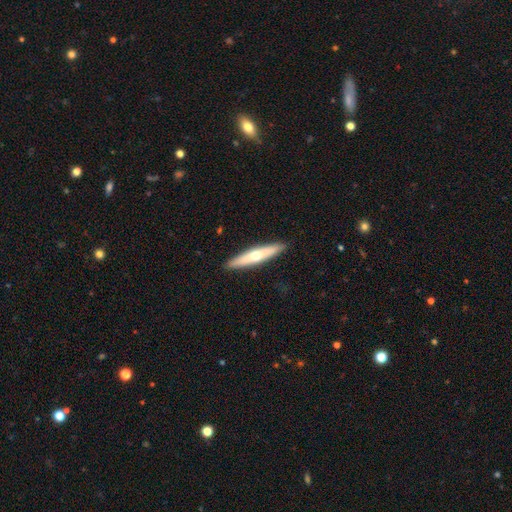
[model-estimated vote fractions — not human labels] Overall: smooth (49%; featured or disk 46%). Merging: none (91%).